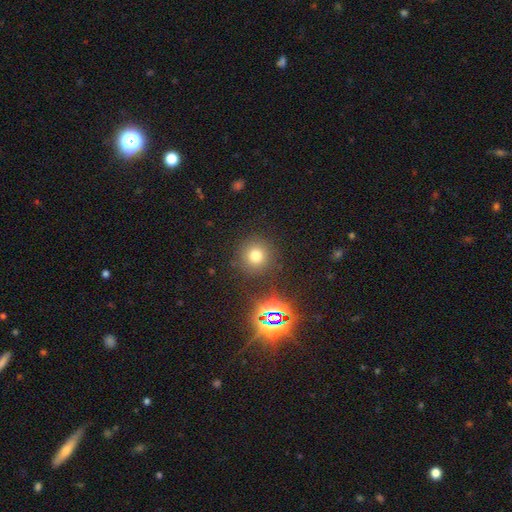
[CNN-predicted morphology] smooth_or_featured: smooth (p=0.71) [alt: star or artifact p=0.21]
how_rounded: round (p=0.93) [alt: in between p=0.06]
merging: none (p=0.86) [alt: minor disturbance p=0.07]